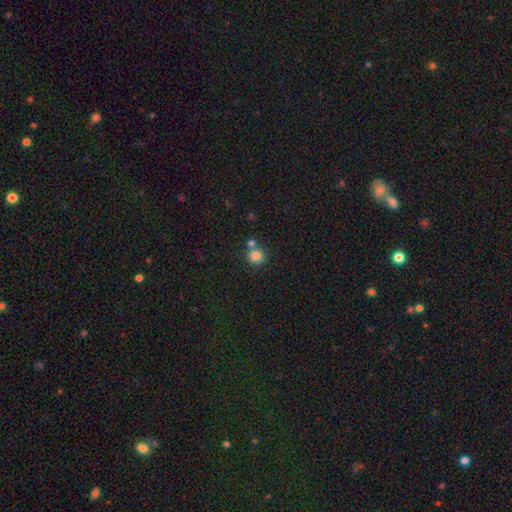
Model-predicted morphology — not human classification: Smooth or featured? Predicted: smooth (p=0.82). How rounded? Predicted: round (p=0.92). Merging? Predicted: none (p=0.67).